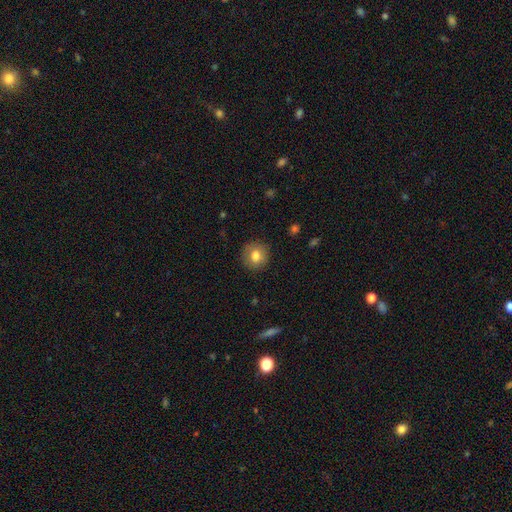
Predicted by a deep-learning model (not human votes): Smooth or featured?
  - smooth: 79% *
  - featured or disk: 11%
  - star or artifact: 9%
How rounded?
  - round: 87% *
  - in between: 12%
  - cigar-shaped: 1%
Merging?
  - none: 88% *
  - minor disturbance: 9%
  - major disturbance: 2%
  - merger: 1%